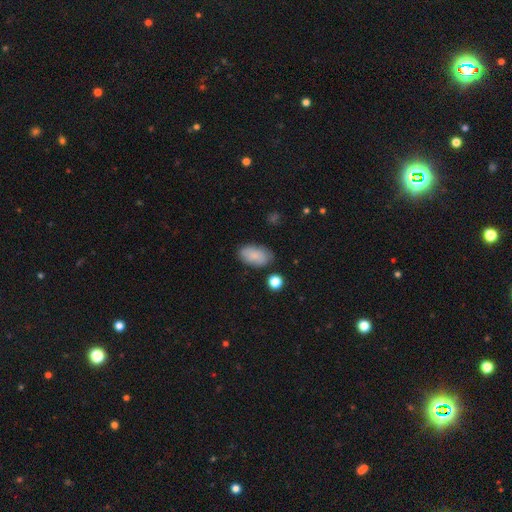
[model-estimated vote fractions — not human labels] The model was most divided on "merging": none: 76%, minor disturbance: 16%, major disturbance: 4%, merger: 3%. More confident: how rounded — in between (93%); smooth or featured — smooth (83%).